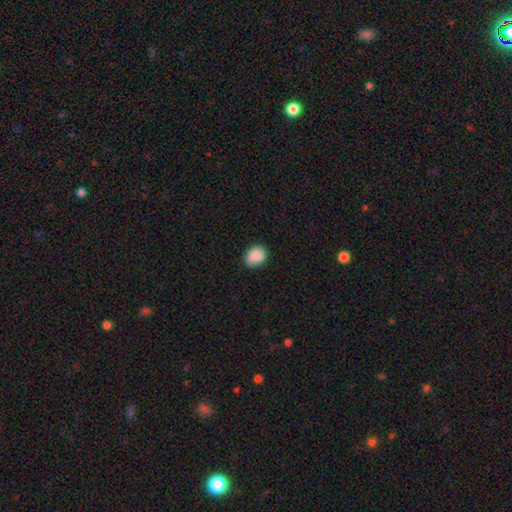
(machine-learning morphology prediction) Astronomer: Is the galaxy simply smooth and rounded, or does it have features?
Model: smooth — 88%.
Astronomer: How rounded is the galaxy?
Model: round — 52% (runner-up: in between, 47%).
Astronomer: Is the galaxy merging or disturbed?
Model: none — 80%.